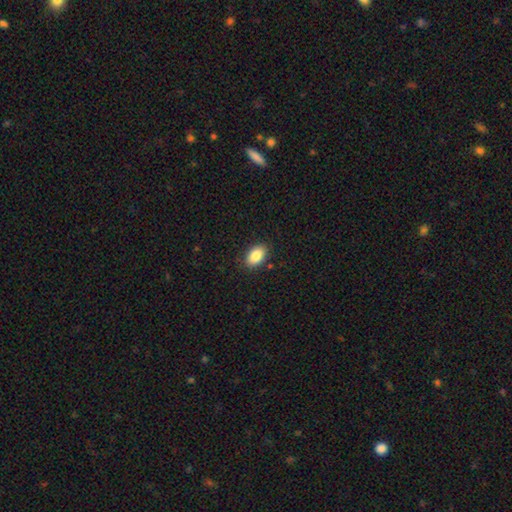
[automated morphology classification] A smooth galaxy with no disk features (87%) that is in between round and cigar-shaped (92%).

Vote fractions:
- Smooth or featured? smooth: 87% / star or artifact: 7% / featured or disk: 6%
- How rounded? in between: 92% / round: 6% / cigar-shaped: 2%
- Merging? none: 88% / minor disturbance: 9% / major disturbance: 2% / merger: 1%